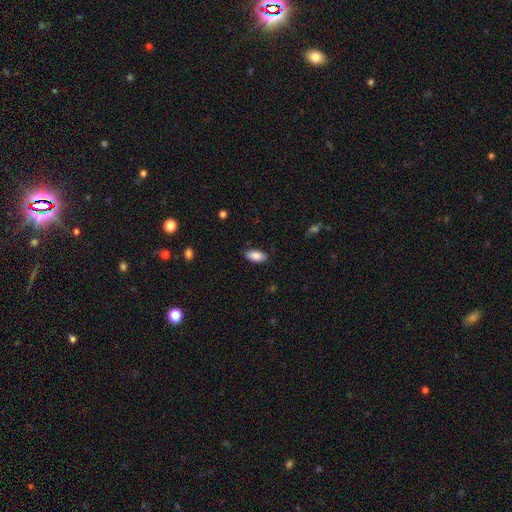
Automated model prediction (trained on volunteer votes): Smooth or featured? smooth (88%)
How rounded? in between (91%)
Merging? none (83%)